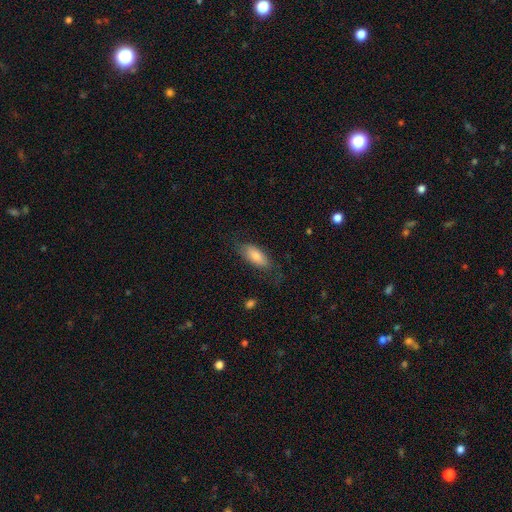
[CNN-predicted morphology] A smooth galaxy with no disk features (74%) that is in between round and cigar-shaped (80%). Merging: none (69%).